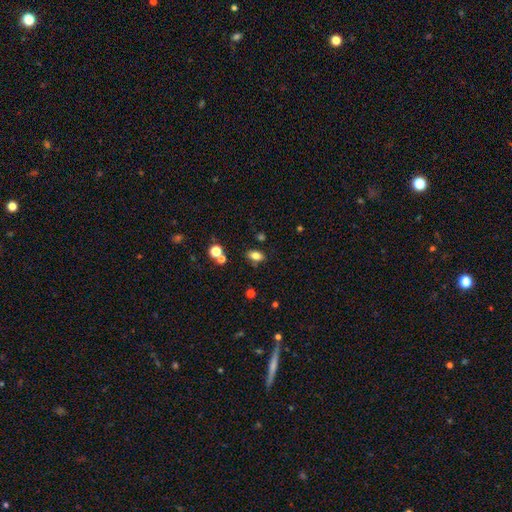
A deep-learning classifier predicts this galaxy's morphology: A smooth galaxy with no disk features (79%) that is in between round and cigar-shaped (84%). Merging: none (79%).